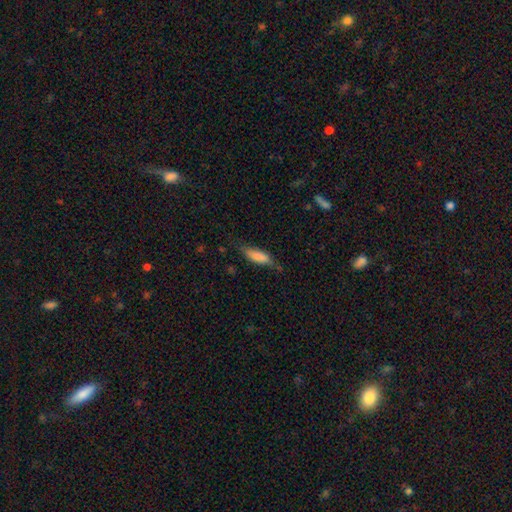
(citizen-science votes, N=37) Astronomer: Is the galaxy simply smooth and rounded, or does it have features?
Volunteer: smooth — 86%.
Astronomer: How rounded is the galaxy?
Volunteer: in between — 59% (runner-up: cigar-shaped, 38%).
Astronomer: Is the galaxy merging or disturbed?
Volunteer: none — 69%.